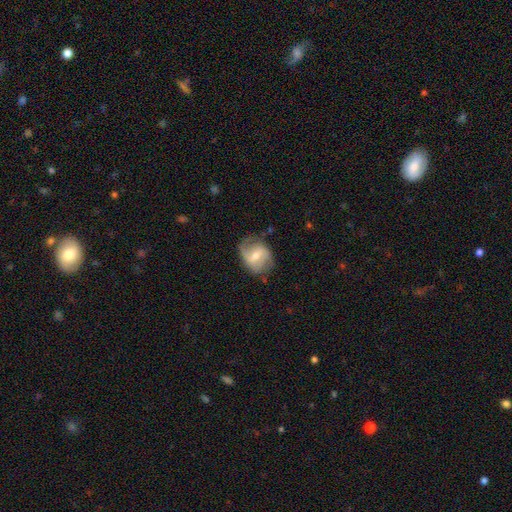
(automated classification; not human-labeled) smooth-or-featured: featured or disk: 74% | smooth: 20% | star or artifact: 6%
  disk-edge-on: no: 97% | yes: 3%
    bar: weak: 54% | strong: 25% | no: 21%
    has-spiral-arms: yes: 91% | no: 9%
      spiral-winding: medium: 44% | loose: 38% | tight: 18%
      spiral-arm-count: 2: 73% | can't tell: 11% | 1: 8% | 3: 6% | 4: 2% | more than 4: 1%
    bulge-size: moderate: 49% | small: 45% | none: 3% | large: 3% | dominant: 1%
  merging: none: 64% | minor disturbance: 24% | major disturbance: 11% | merger: 2%